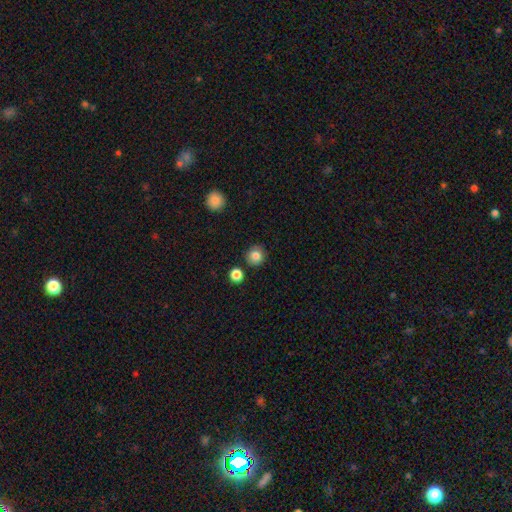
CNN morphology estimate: This appears to be a smooth galaxy with no disk features (84%) that is round (91%). Merging: none (87%).